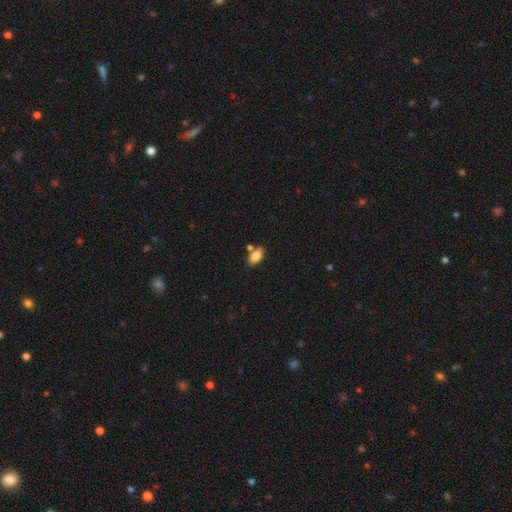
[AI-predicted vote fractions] A smooth galaxy with no disk features (83%) that is in between round and cigar-shaped (92%).

Vote fractions:
- Smooth or featured? smooth: 83% / featured or disk: 9% / star or artifact: 8%
- How rounded? in between: 92% / round: 5% / cigar-shaped: 3%
- Merging? none: 68% / merger: 16% / minor disturbance: 13% / major disturbance: 3%